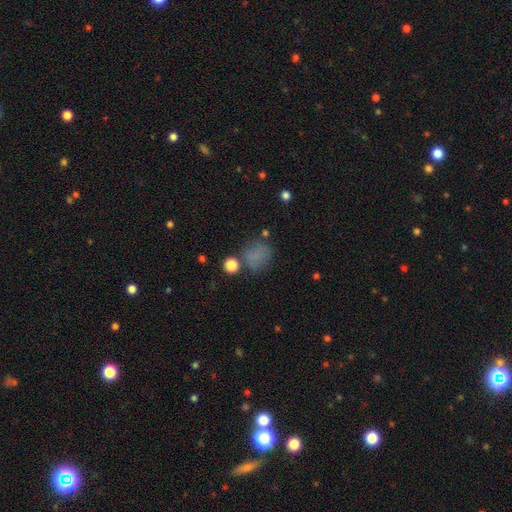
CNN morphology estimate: smooth 73%, star or artifact 17%, featured or disk 9%. Down the decision tree: how rounded — round (64%); merging — none (61%).